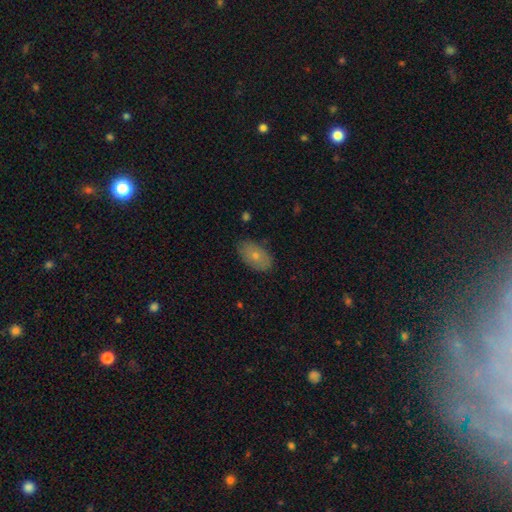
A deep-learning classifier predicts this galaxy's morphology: This appears to be a smooth galaxy with no disk features (70%) that is in between round and cigar-shaped (91%). Merging: none (79%).